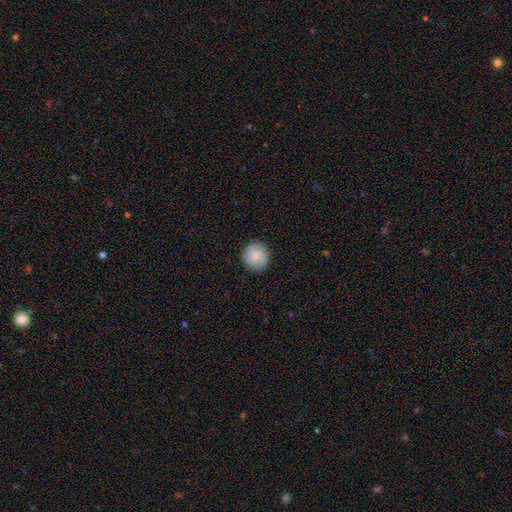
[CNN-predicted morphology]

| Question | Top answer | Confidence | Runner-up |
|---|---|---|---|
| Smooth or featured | smooth | 66% | featured or disk (26%) |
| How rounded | round | 89% | in between (10%) |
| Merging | none | 88% | minor disturbance (9%) |